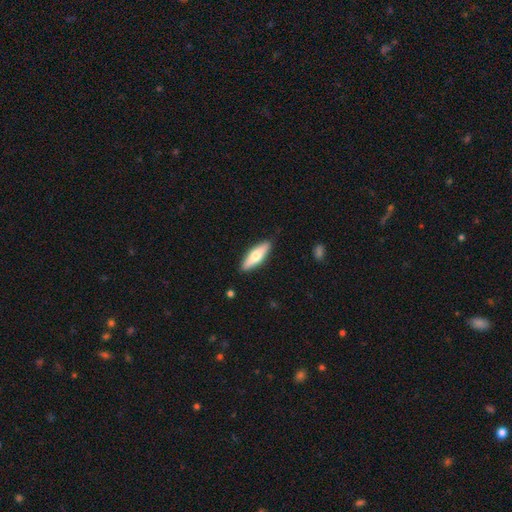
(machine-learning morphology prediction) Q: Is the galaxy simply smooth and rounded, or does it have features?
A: smooth — 56%.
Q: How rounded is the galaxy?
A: cigar-shaped — 55%.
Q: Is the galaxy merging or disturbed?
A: none — 88%.